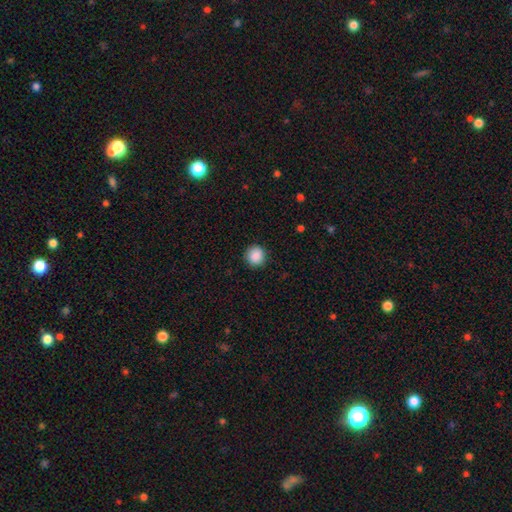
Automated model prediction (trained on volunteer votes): Smooth or featured?
  - smooth: 89% *
  - star or artifact: 9%
  - featured or disk: 3%
How rounded?
  - round: 92% *
  - in between: 7%
  - cigar-shaped: 1%
Merging?
  - none: 90% *
  - minor disturbance: 7%
  - major disturbance: 2%
  - merger: 1%